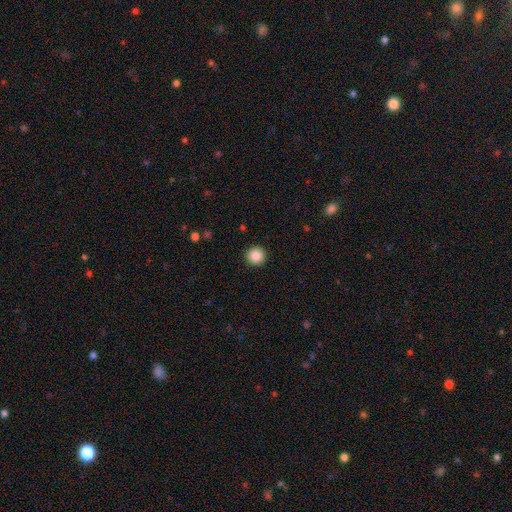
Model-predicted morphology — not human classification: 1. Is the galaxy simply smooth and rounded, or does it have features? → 88% smooth, 9% star or artifact, 3% featured or disk.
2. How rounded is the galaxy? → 96% round, 3% in between, 1% cigar-shaped.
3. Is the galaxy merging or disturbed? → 93% none, 4% minor disturbance, 2% major disturbance, 1% merger.